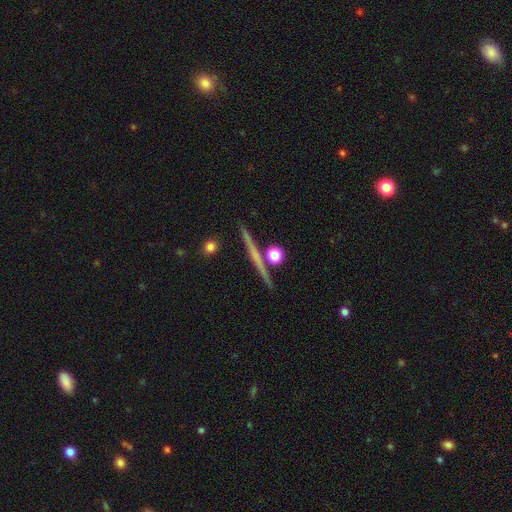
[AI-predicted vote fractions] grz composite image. It shows a featured or disk galaxy (64%) viewed edge-on (97%) with no central bulge (67%). Merging: none (89%).